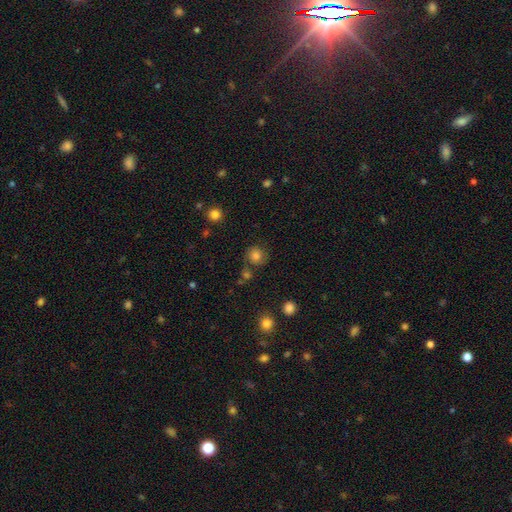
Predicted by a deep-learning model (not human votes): smooth-or-featured: smooth: 77% | star or artifact: 12% | featured or disk: 11%
  how-rounded: round: 86% | in between: 13% | cigar-shaped: 1%
  merging: none: 72% | minor disturbance: 14% | merger: 8% | major disturbance: 6%